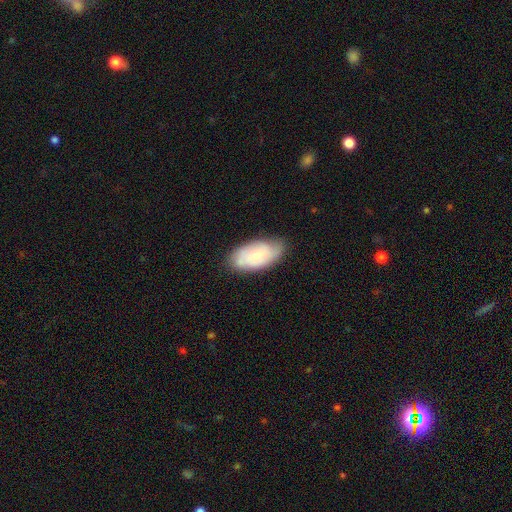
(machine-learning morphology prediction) smooth-or-featured: smooth: 49% | featured or disk: 44% | star or artifact: 7%
  merging: none: 72% | minor disturbance: 22% | major disturbance: 4% | merger: 2%